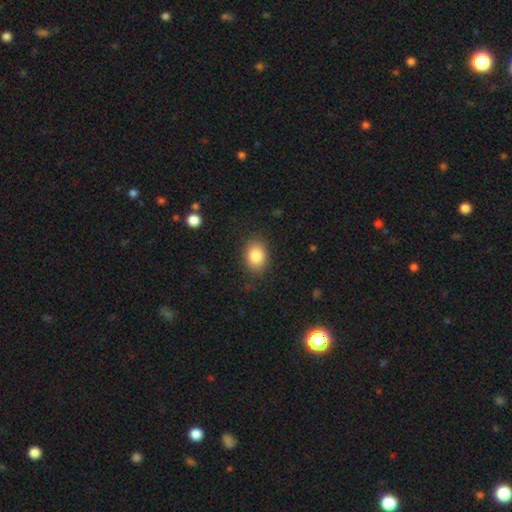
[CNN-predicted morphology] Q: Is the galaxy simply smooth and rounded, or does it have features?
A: smooth — 85%.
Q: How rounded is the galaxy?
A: in between — 66%.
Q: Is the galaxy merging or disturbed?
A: none — 86%.